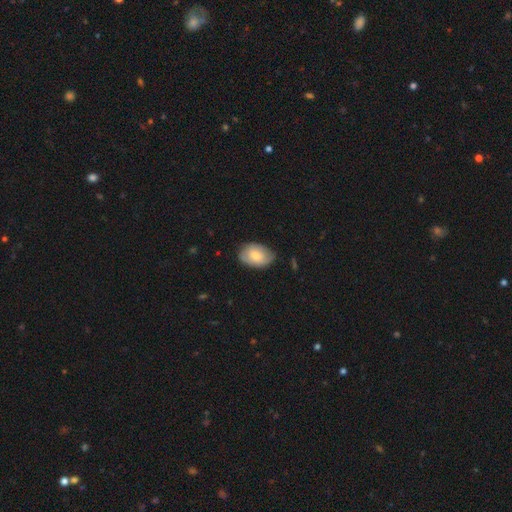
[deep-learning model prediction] The model was most divided on "smooth or featured": smooth: 70%, featured or disk: 24%, star or artifact: 6%. More confident: how rounded — in between (86%); merging — none (71%).